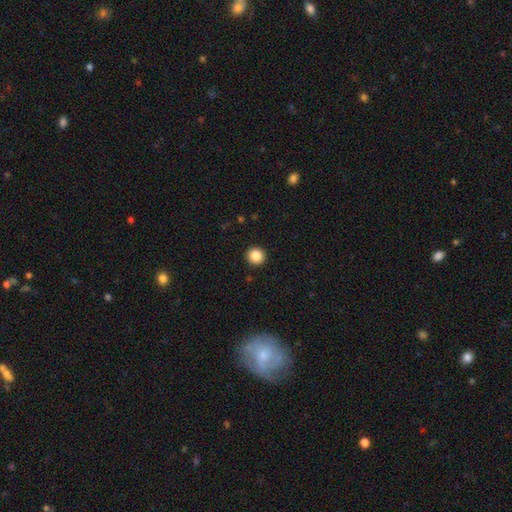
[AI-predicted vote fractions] smooth-or-featured: smooth: 87% | star or artifact: 10% | featured or disk: 4%
  how-rounded: round: 96% | in between: 4% | cigar-shaped: 1%
  merging: none: 93% | minor disturbance: 4% | major disturbance: 2% | merger: 1%